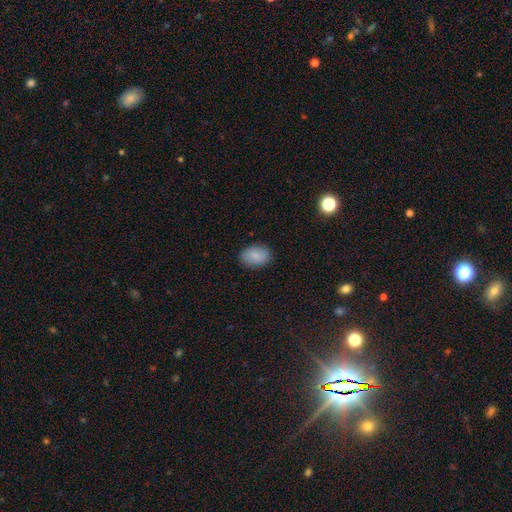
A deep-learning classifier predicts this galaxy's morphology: This is clearly a smooth galaxy (86%). How rounded: clearly in between (84%). Merging: clearly none (86%).